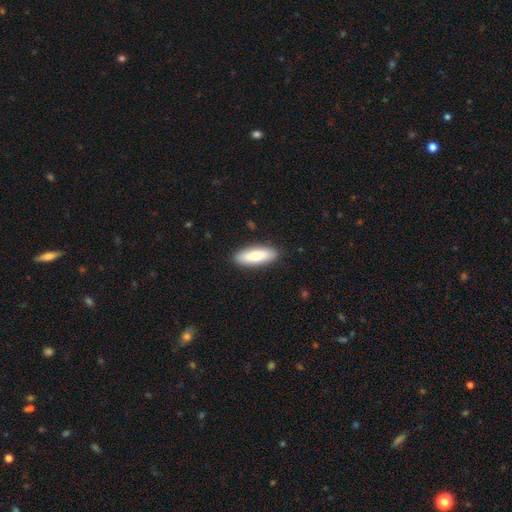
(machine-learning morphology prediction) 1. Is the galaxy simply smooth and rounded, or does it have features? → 75% smooth, 20% featured or disk, 6% star or artifact.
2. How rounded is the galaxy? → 66% in between, 32% cigar-shaped, 2% round.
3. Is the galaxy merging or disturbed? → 89% none, 8% minor disturbance, 2% major disturbance, 1% merger.